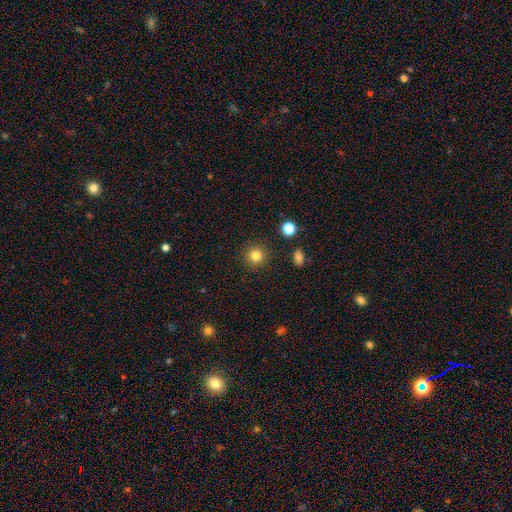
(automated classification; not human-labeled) A smooth galaxy with no disk features (82%) that is round (94%). Merging: none (91%).